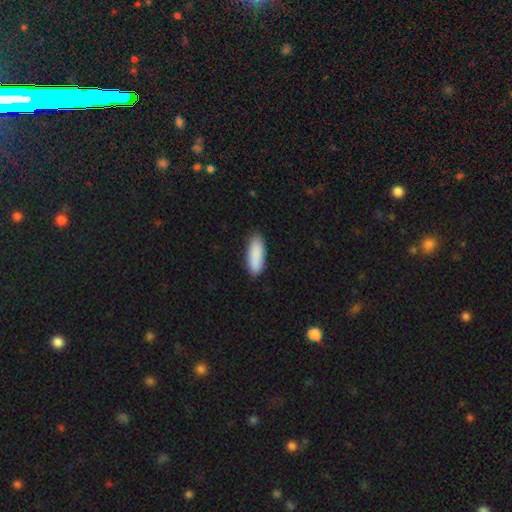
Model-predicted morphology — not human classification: The model was most divided on "how rounded": in between: 68%, cigar-shaped: 31%, round: 2%. More confident: smooth or featured — smooth (89%); merging — none (85%).